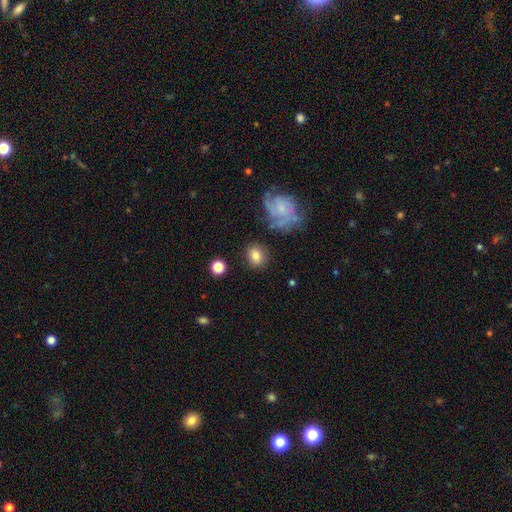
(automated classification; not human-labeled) This is likely a smooth galaxy (76%). How rounded: likely round (60%). Merging: clearly none (81%).